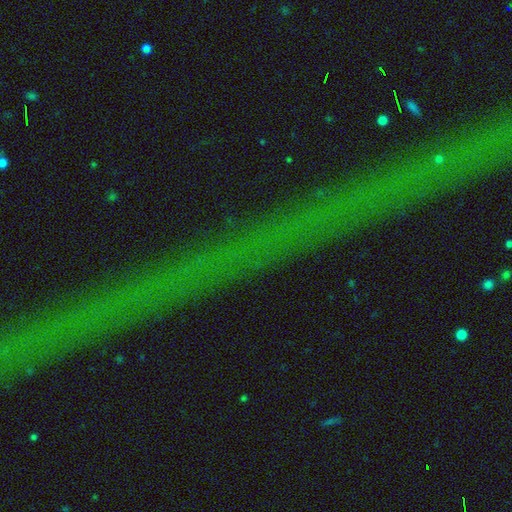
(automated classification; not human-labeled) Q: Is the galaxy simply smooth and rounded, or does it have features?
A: star or artifact — 76%.